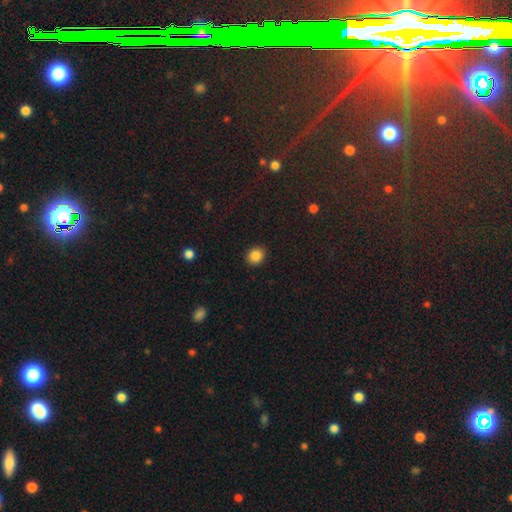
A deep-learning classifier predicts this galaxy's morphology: smooth-or-featured: smooth: 86% | star or artifact: 10% | featured or disk: 4%
  how-rounded: round: 75% | in between: 24% | cigar-shaped: 1%
  merging: none: 91% | minor disturbance: 6% | major disturbance: 2% | merger: 1%